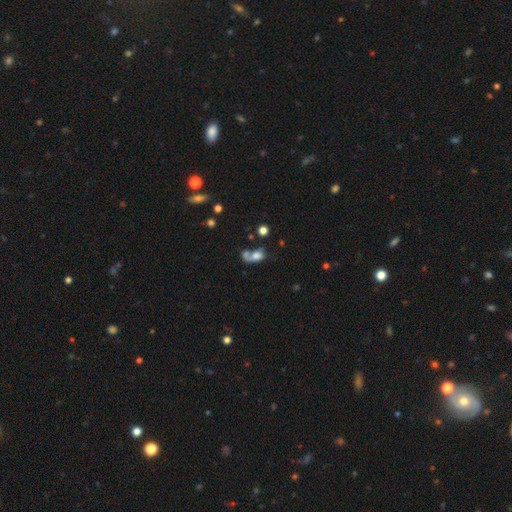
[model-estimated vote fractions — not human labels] smooth 63%, featured or disk 24%, star or artifact 13%. Down the decision tree: how rounded — in between (70%); merging — merger (49%).